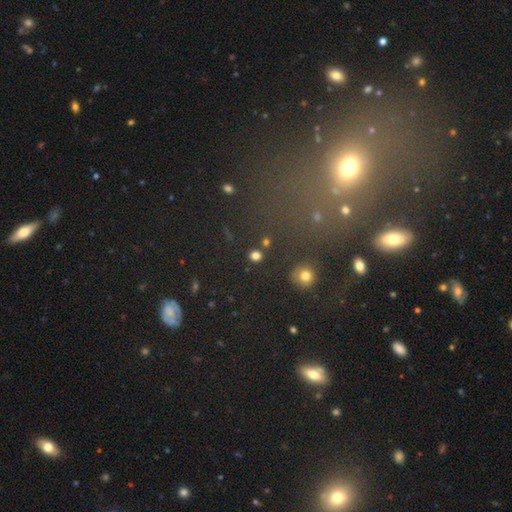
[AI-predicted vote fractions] A smooth galaxy with no disk features (77%) that is round (85%).

Vote fractions:
- Smooth or featured? smooth: 77% / star or artifact: 18% / featured or disk: 5%
- How rounded? round: 85% / in between: 13% / cigar-shaped: 1%
- Merging? none: 87% / minor disturbance: 7% / merger: 4% / major disturbance: 3%